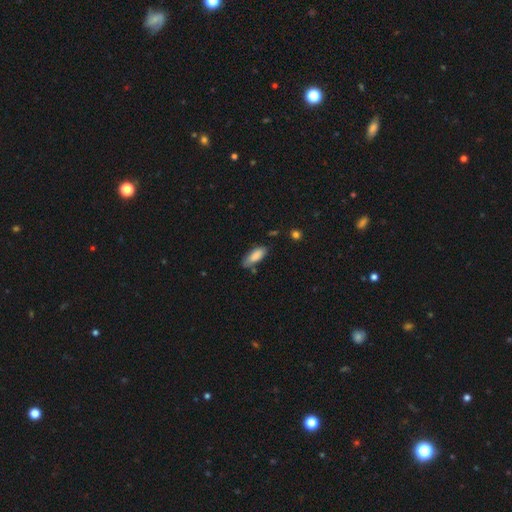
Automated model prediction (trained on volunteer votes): A smooth galaxy with no disk features (84%) that is in between round and cigar-shaped (74%). Merging: none (66%).